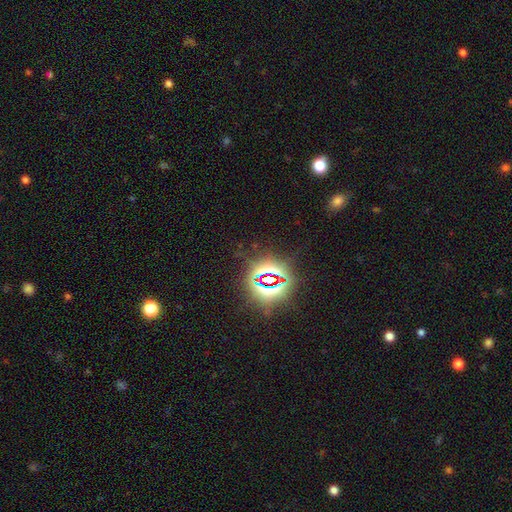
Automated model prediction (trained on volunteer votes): A star or artifact, not a galaxy (83%).

Vote fractions:
- Smooth or featured? star or artifact: 83% / smooth: 10% / featured or disk: 6%